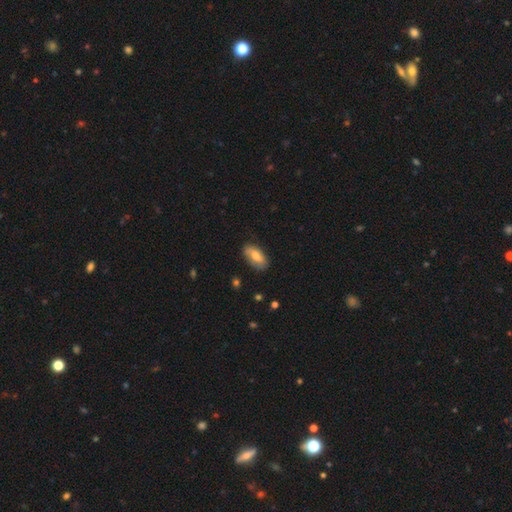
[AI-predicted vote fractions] Smooth or featured?
  - smooth: 73% *
  - featured or disk: 21%
  - star or artifact: 6%
How rounded?
  - in between: 91% *
  - cigar-shaped: 6%
  - round: 3%
Merging?
  - none: 78% *
  - minor disturbance: 17%
  - major disturbance: 3%
  - merger: 1%